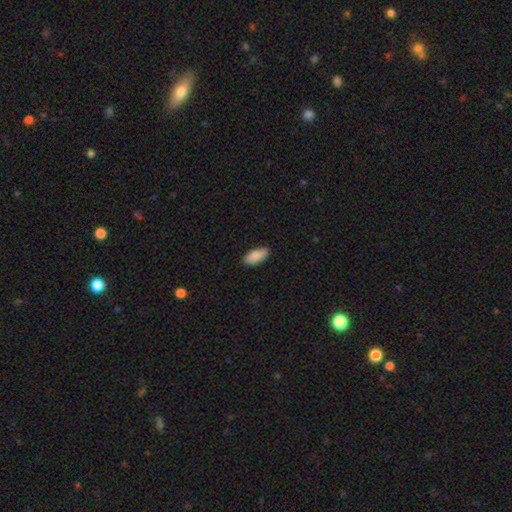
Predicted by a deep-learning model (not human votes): Q: Smooth or featured?
A: smooth (89%); runner-up: star or artifact (6%)
Q: How rounded?
A: in between (87%); runner-up: cigar-shaped (11%)
Q: Merging?
A: none (81%); runner-up: minor disturbance (16%)